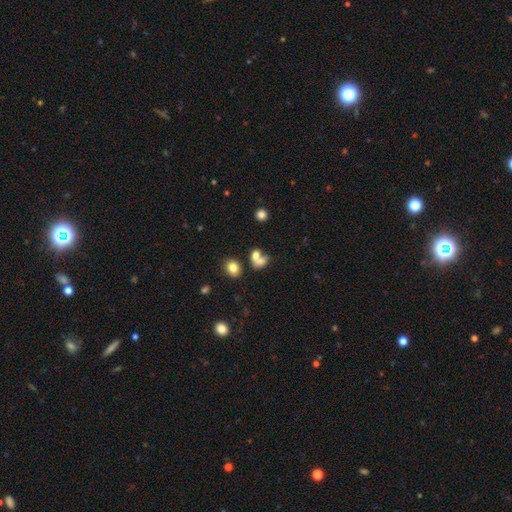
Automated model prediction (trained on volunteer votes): The model was most divided on "how rounded": in between: 55%, round: 43%, cigar-shaped: 2%. More confident: smooth or featured — smooth (70%); merging — merger (53%).